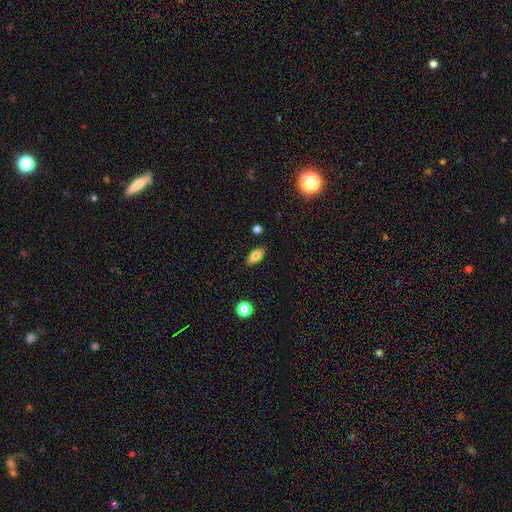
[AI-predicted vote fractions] Overall: smooth (77%). How rounded: in between (84%). Merging: none (86%).